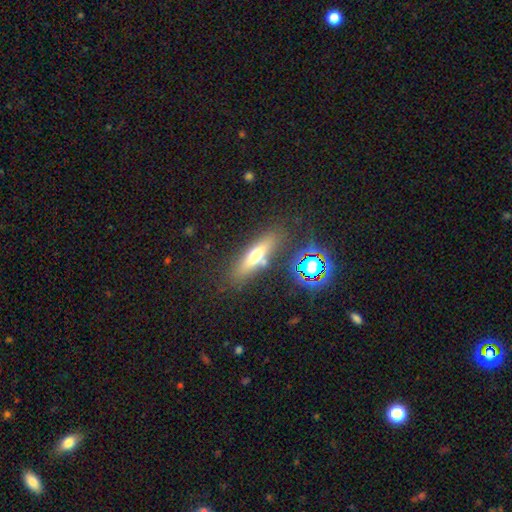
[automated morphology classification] A smooth galaxy with no disk features (52%) that is cigar-shaped (62%). Merging: none (79%).